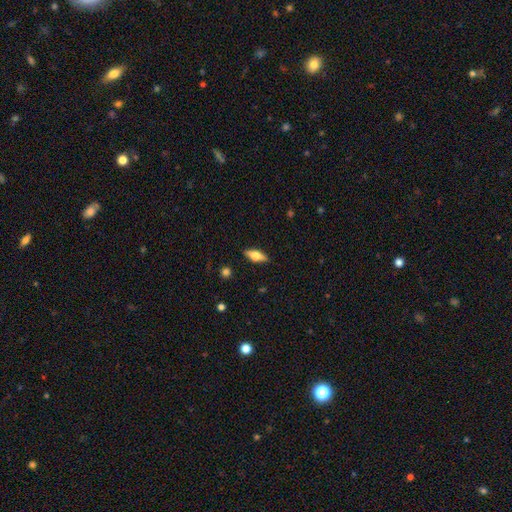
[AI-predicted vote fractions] This is possibly a smooth galaxy (55%). How rounded: likely in between (67%). Merging: clearly none (88%).